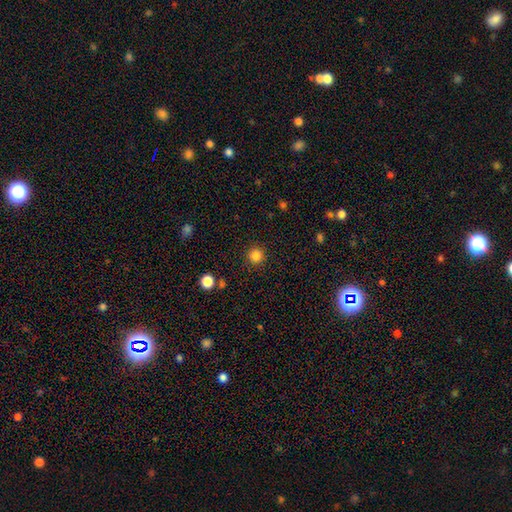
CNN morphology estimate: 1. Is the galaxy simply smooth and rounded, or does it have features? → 84% smooth, 12% star or artifact, 4% featured or disk.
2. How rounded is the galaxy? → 95% round, 4% in between, 1% cigar-shaped.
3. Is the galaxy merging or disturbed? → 91% none, 5% minor disturbance, 2% major disturbance, 1% merger.